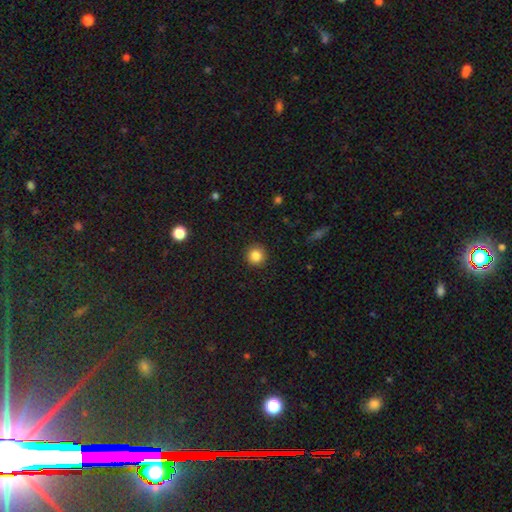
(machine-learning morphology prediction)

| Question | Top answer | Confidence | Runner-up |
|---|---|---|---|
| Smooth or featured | smooth | 85% | star or artifact (10%) |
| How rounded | round | 95% | in between (4%) |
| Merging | none | 92% | minor disturbance (5%) |